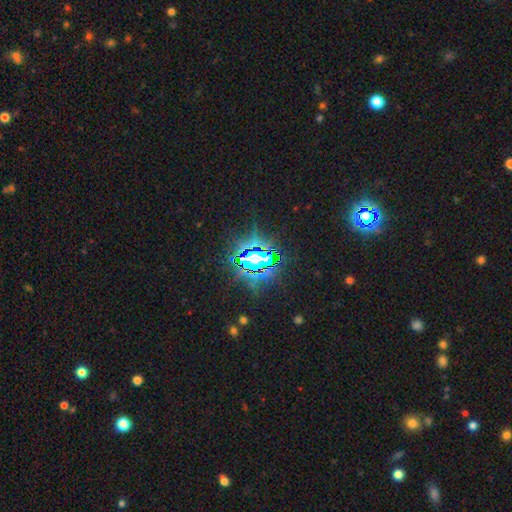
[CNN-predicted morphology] Q: Smooth or featured?
A: star or artifact (83%); runner-up: smooth (10%)